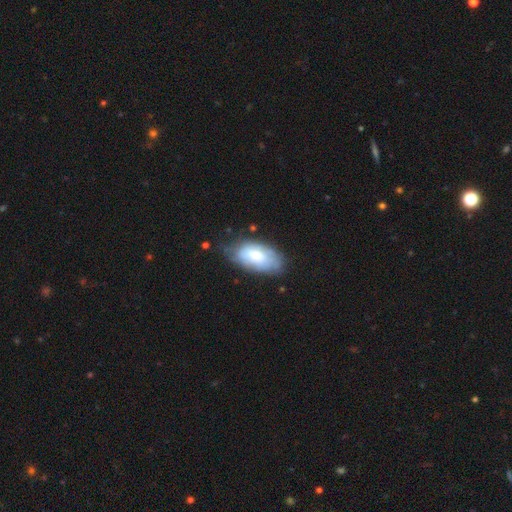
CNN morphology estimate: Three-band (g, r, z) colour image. It shows a smooth galaxy with no disk features (64%) that is in between round and cigar-shaped (94%). Merging: none (60%).